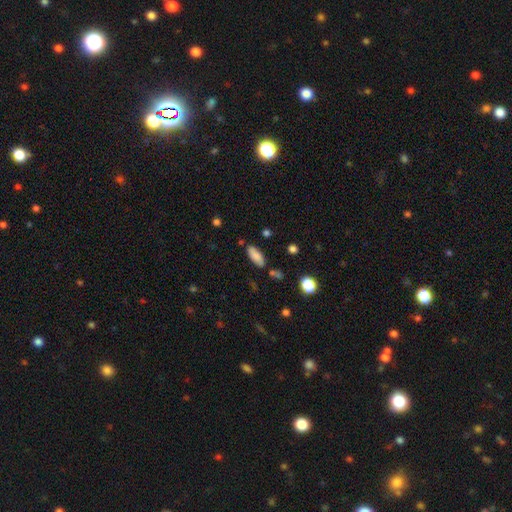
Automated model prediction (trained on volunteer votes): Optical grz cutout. It shows a smooth galaxy with no disk features (83%) that is in between round and cigar-shaped (78%). Merging: none (77%).